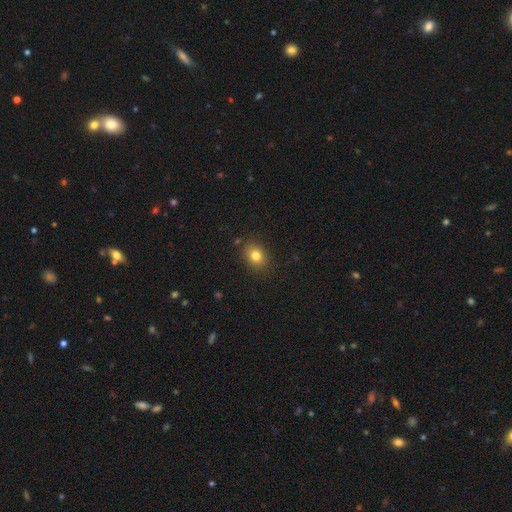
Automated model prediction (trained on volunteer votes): This is likely a smooth galaxy (80%). How rounded: possibly round (50%). Merging: clearly none (86%).